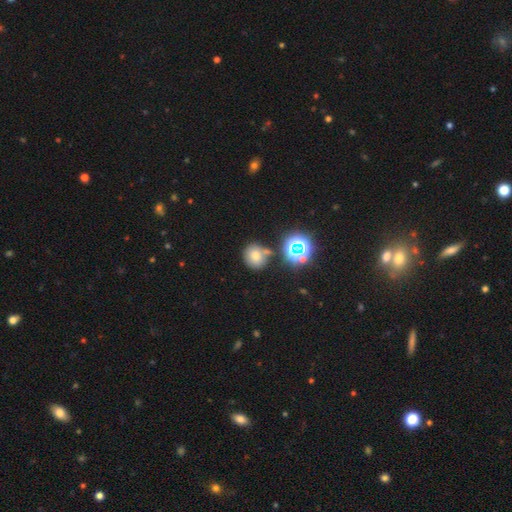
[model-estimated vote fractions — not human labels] smooth_or_featured: smooth (p=0.63) [alt: star or artifact p=0.25]
how_rounded: round (p=0.83) [alt: in between p=0.16]
merging: none (p=0.70) [alt: merger p=0.14]